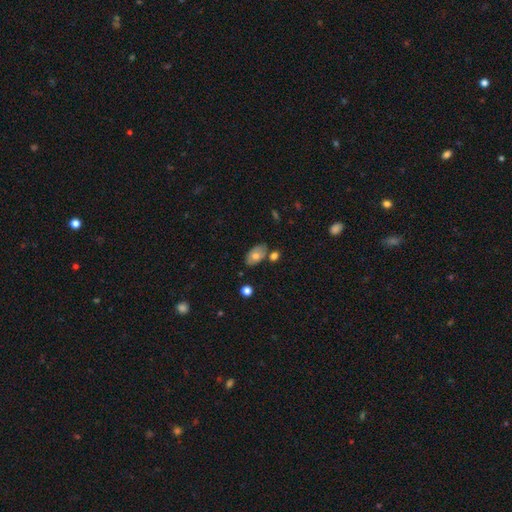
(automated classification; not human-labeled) Smooth or featured? Predicted: smooth (p=0.66). How rounded? Predicted: in between (p=0.91). Merging? Predicted: none (p=0.67).